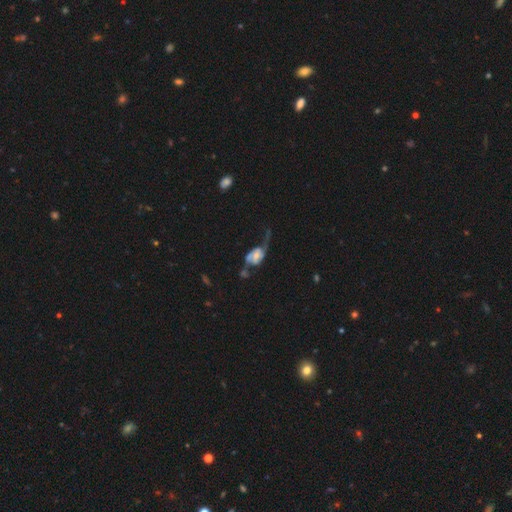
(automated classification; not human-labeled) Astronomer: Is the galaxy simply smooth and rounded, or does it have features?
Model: featured or disk — 67%.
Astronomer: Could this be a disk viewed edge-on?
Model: no — 94%.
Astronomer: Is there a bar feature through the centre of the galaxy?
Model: no — 67%.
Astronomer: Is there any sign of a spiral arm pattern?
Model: yes — 75%.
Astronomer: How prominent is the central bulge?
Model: moderate — 44% (runner-up: small, 42%).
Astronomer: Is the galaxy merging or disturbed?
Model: major disturbance — 42% (runner-up: none, 22%).